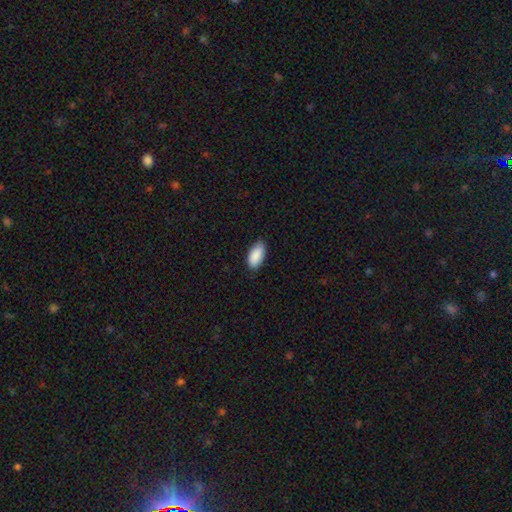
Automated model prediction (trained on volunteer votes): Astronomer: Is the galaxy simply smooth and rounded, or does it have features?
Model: smooth — 90%.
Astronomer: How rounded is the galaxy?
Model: in between — 94%.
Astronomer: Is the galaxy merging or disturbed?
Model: none — 82%.